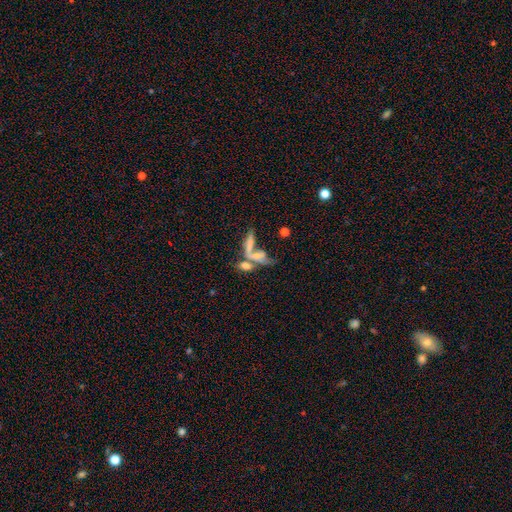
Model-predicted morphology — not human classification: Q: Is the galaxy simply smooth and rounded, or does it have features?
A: smooth — 52%.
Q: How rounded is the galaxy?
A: in between — 55%.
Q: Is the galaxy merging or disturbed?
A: merger — 62%.